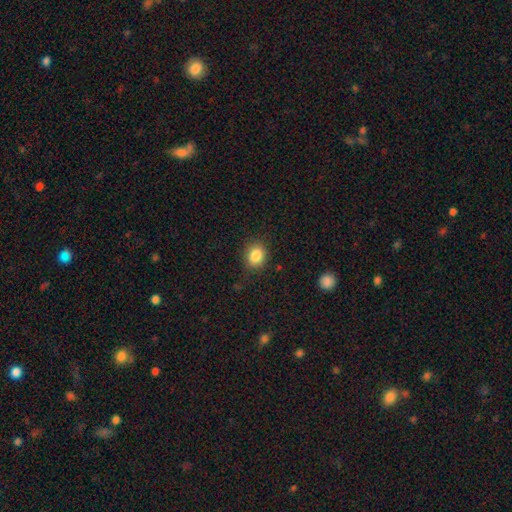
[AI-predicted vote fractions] Morphology: type=smooth (85%); roundness=round (63%); merging=none (85%).